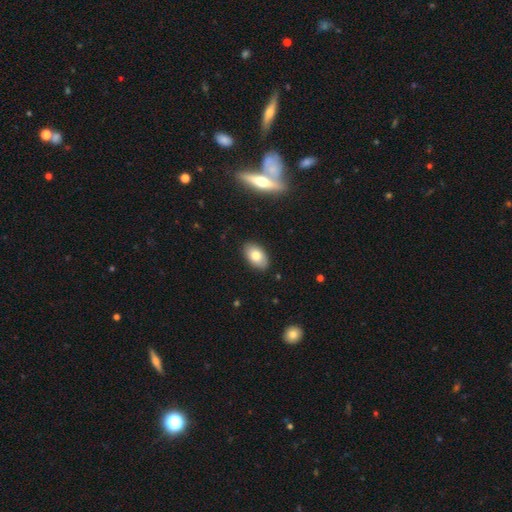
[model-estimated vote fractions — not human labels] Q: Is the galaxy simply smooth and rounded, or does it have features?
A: smooth — 77%.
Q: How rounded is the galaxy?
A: in between — 93%.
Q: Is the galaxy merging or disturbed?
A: none — 88%.